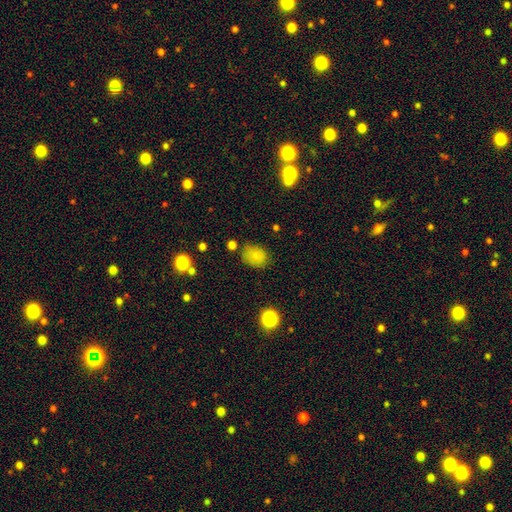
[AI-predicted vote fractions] Smooth or featured? Predicted: smooth (p=0.81). How rounded? Predicted: in between (p=0.54). Merging? Predicted: none (p=0.73).